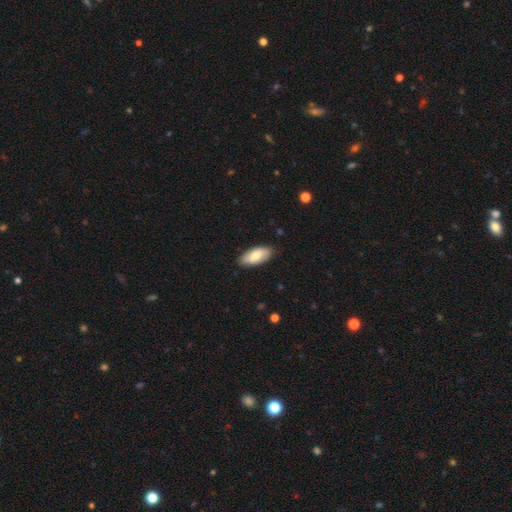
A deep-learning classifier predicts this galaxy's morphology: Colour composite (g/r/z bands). It shows a smooth galaxy with no disk features (73%) that is in between round and cigar-shaped (89%). Merging: none (85%).